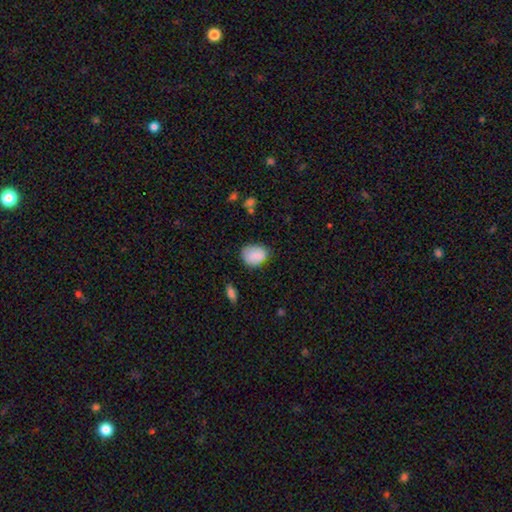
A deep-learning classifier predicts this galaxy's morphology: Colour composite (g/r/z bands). It shows a smooth galaxy with no disk features (85%) that is in between round and cigar-shaped (59%). Merging: none (69%).